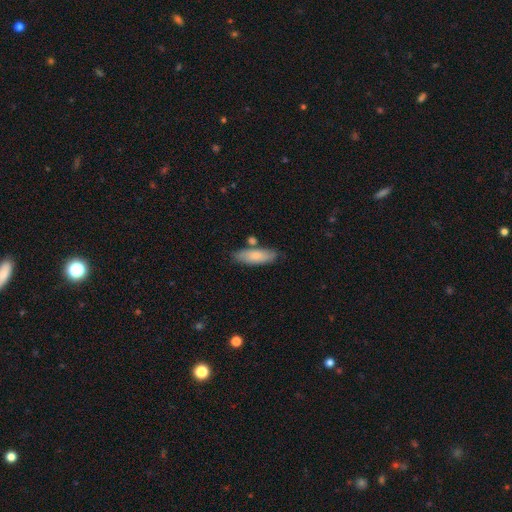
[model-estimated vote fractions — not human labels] A smooth galaxy with no disk features (79%) that is in between round and cigar-shaped (60%). Merging: none (73%).